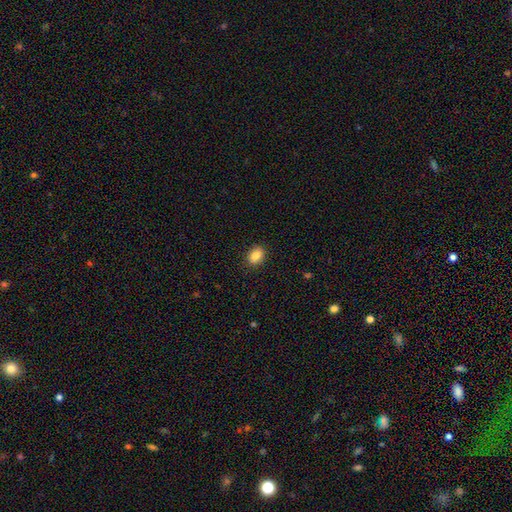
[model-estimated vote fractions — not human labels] A smooth galaxy with no disk features (87%) that is in between round and cigar-shaped (81%). Merging: none (88%).